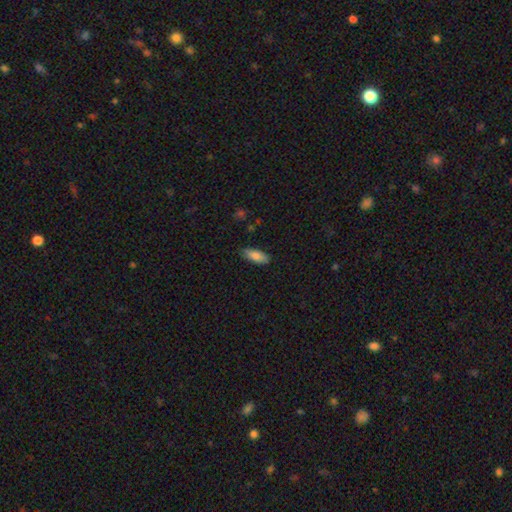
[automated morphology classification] Q: Smooth or featured?
A: smooth (83%); runner-up: featured or disk (11%)
Q: How rounded?
A: in between (76%); runner-up: cigar-shaped (22%)
Q: Merging?
A: none (84%); runner-up: minor disturbance (12%)